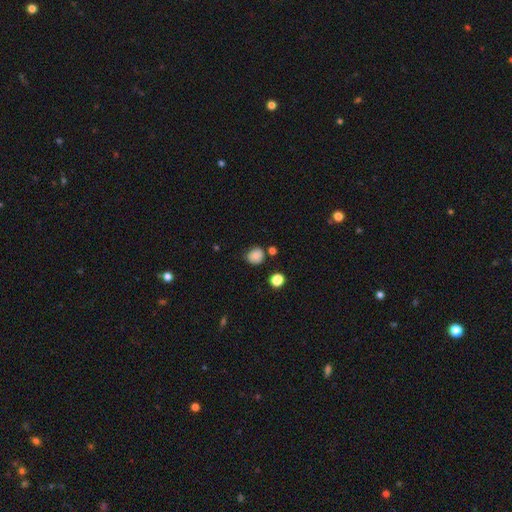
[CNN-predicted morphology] A smooth galaxy with no disk features (81%) that is round (77%). Merging: none (71%).